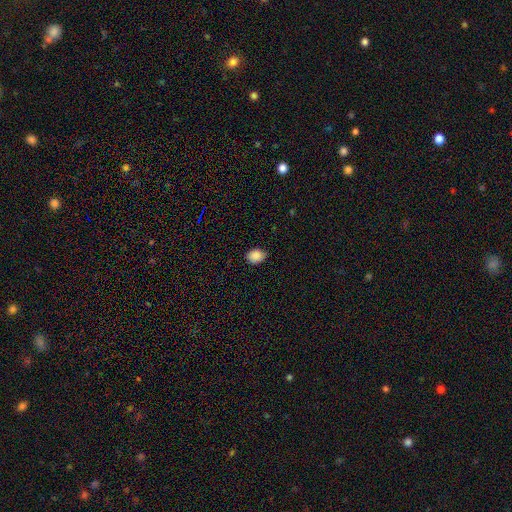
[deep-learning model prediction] Q: Smooth or featured?
A: smooth (87%); runner-up: star or artifact (9%)
Q: How rounded?
A: in between (62%); runner-up: round (37%)
Q: Merging?
A: none (74%); runner-up: minor disturbance (22%)